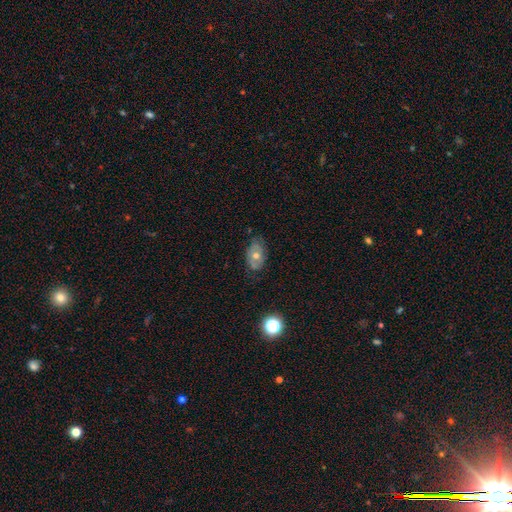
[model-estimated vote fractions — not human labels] smooth-or-featured: featured or disk: 45% | smooth: 43% | star or artifact: 12%
  merging: none: 74% | minor disturbance: 19% | major disturbance: 4% | merger: 2%